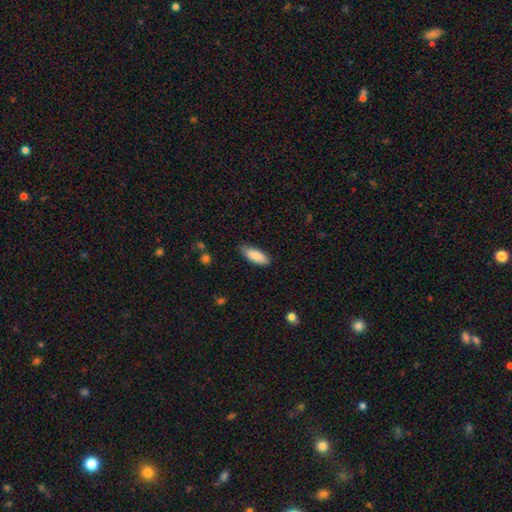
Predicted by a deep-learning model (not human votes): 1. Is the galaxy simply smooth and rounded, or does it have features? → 87% smooth, 7% featured or disk, 6% star or artifact.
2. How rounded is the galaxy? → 76% in between, 23% cigar-shaped, 2% round.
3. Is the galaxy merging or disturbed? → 79% none, 17% minor disturbance, 3% major disturbance, 1% merger.